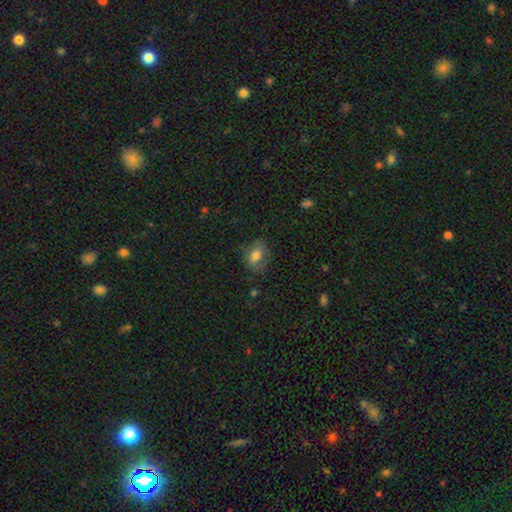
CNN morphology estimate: smooth_or_featured: smooth (p=0.72) [alt: featured or disk p=0.17]
how_rounded: in between (p=0.71) [alt: round p=0.27]
merging: none (p=0.72) [alt: minor disturbance p=0.20]